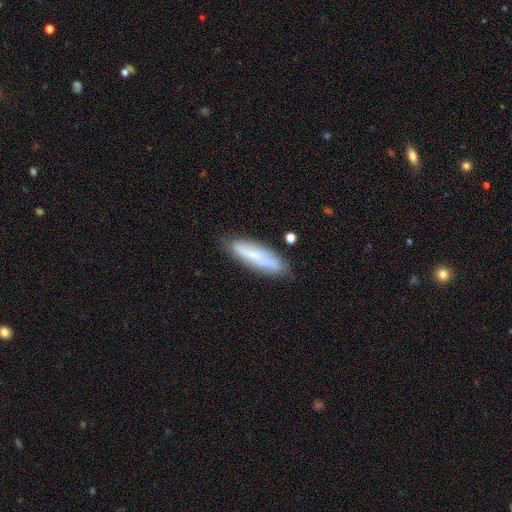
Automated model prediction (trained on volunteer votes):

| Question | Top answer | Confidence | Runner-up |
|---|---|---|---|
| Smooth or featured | smooth | 64% | featured or disk (29%) |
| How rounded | cigar-shaped | 69% | in between (30%) |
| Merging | none | 78% | minor disturbance (16%) |